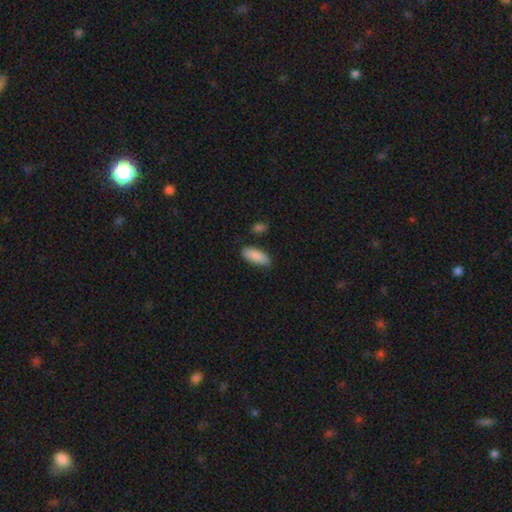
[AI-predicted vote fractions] A smooth galaxy with no disk features (89%) that is in between round and cigar-shaped (79%). Merging: none (80%).